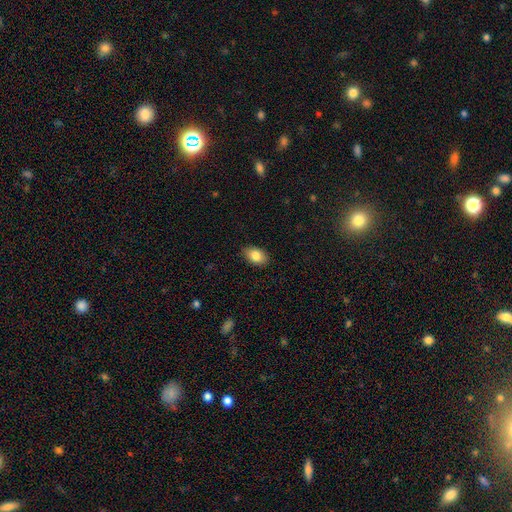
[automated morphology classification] smooth_or_featured: smooth (p=0.84) [alt: featured or disk p=0.08]
how_rounded: in between (p=0.87) [alt: round p=0.11]
merging: none (p=0.87) [alt: minor disturbance p=0.10]